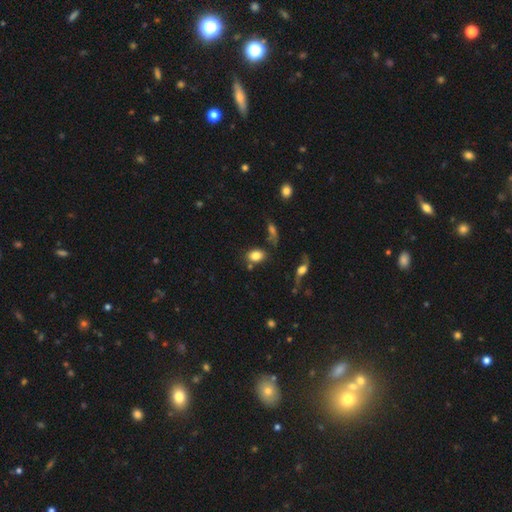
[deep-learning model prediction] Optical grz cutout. It shows a smooth galaxy with no disk features (81%) that is in between round and cigar-shaped (72%). Merging: none (70%).